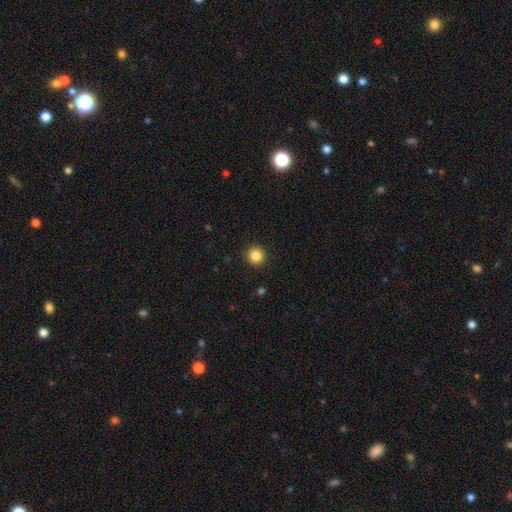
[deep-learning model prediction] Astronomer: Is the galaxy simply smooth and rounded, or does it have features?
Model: smooth — 86%.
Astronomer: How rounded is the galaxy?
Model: round — 95%.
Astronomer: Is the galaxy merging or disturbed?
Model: none — 92%.